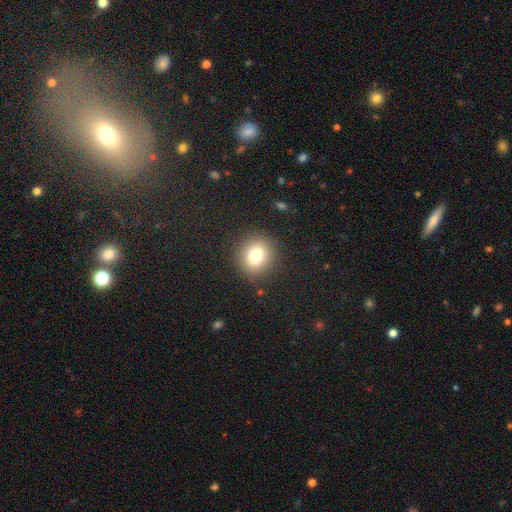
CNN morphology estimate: Smooth or featured: smooth — 77% (star or artifact — 13%)
How rounded: round — 86% (in between — 13%)
Merging: none — 89% (minor disturbance — 7%)